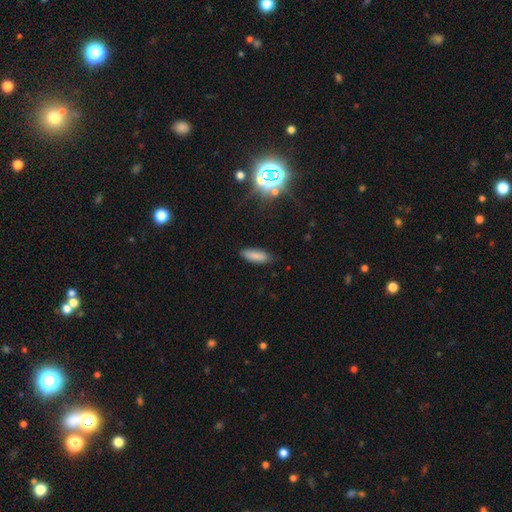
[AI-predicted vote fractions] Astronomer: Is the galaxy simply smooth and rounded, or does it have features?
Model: smooth — 83%.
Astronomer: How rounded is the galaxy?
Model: in between — 64%.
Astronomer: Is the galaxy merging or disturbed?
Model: none — 82%.